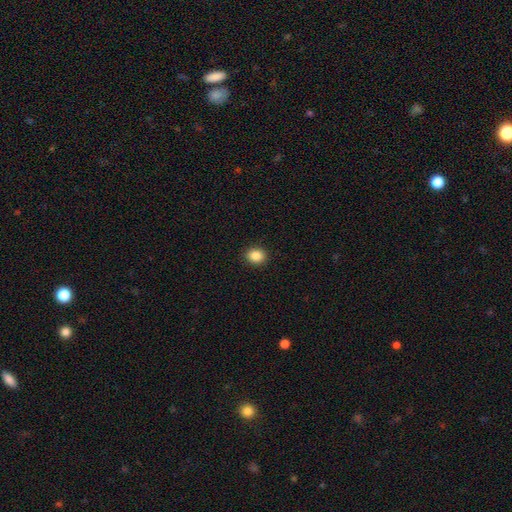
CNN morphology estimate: smooth_or_featured: smooth (p=0.87) [alt: star or artifact p=0.09]
how_rounded: round (p=0.56) [alt: in between p=0.43]
merging: none (p=0.91) [alt: minor disturbance p=0.06]